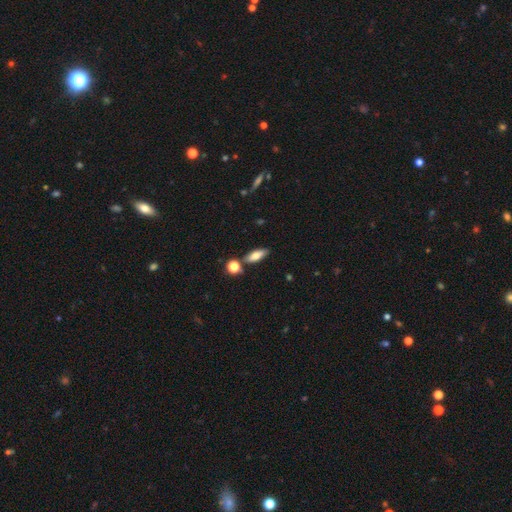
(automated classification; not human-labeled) Smooth or featured? Predicted: smooth (p=0.74). How rounded? Predicted: in between (p=0.69). Merging? Predicted: none (p=0.75).